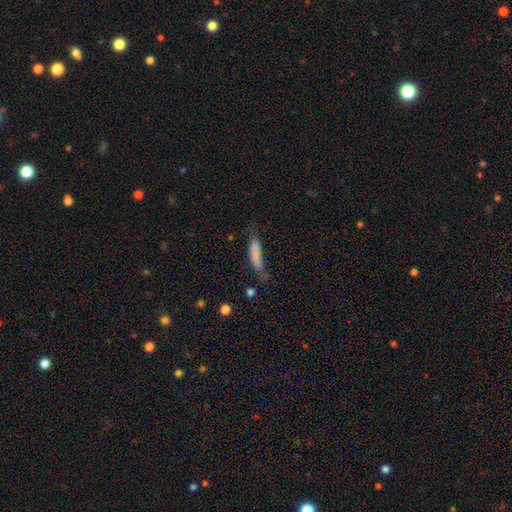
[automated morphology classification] smooth-or-featured: smooth: 74% | featured or disk: 18% | star or artifact: 8%
  how-rounded: cigar-shaped: 77% | in between: 21% | round: 2%
  merging: none: 49% | minor disturbance: 32% | major disturbance: 15% | merger: 4%